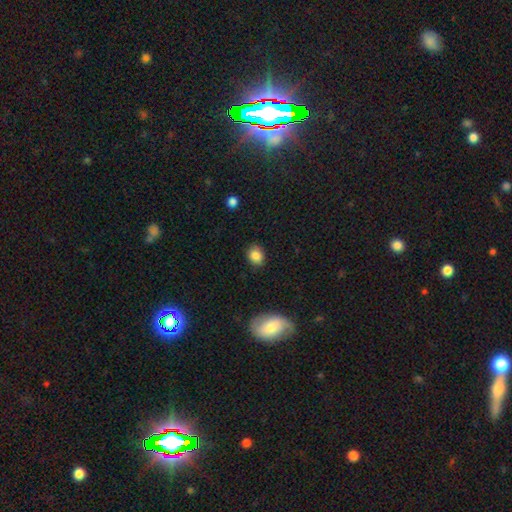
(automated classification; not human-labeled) Smooth or featured? Predicted: smooth (p=0.85). How rounded? Predicted: in between (p=0.50). Merging? Predicted: none (p=0.83).